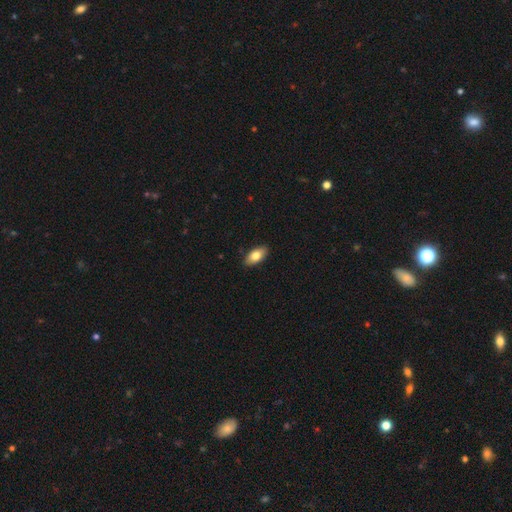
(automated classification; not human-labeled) Smooth or featured: smooth — 79% (featured or disk — 15%)
How rounded: in between — 90% (cigar-shaped — 6%)
Merging: none — 89% (minor disturbance — 8%)